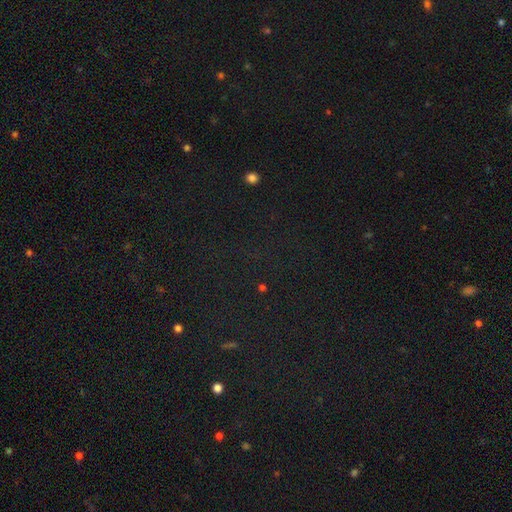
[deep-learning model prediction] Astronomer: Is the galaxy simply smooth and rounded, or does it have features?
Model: star or artifact — 78%.